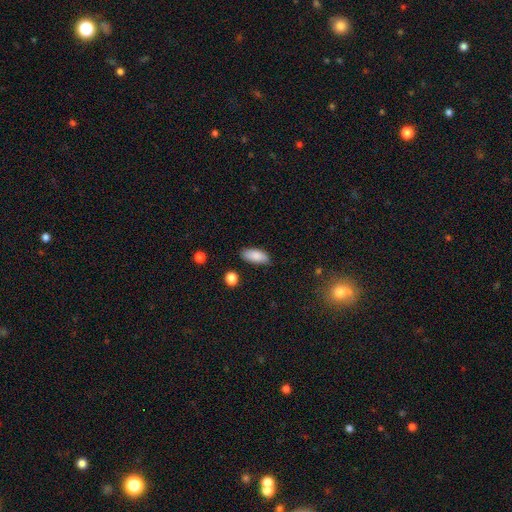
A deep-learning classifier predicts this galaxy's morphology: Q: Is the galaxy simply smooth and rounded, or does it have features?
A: smooth — 87%.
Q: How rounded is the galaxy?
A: in between — 86%.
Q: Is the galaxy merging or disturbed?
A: none — 81%.